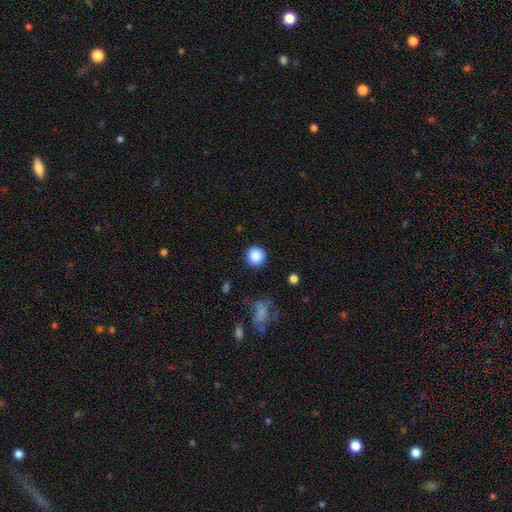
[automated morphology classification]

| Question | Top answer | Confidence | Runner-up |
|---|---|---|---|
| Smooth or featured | smooth | 87% | star or artifact (9%) |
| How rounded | round | 94% | in between (5%) |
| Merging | none | 89% | minor disturbance (7%) |